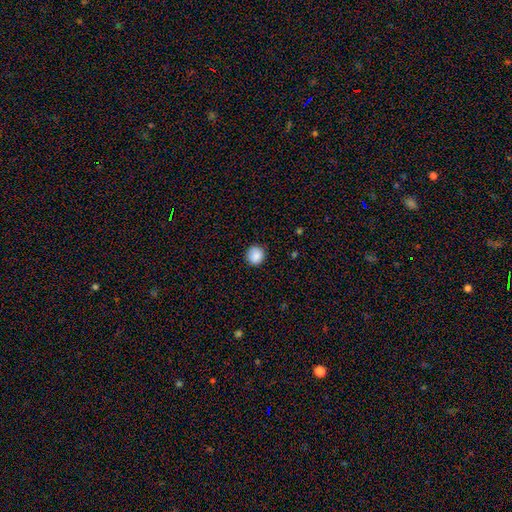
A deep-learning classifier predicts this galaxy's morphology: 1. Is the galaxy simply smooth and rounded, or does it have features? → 88% smooth, 8% star or artifact, 3% featured or disk.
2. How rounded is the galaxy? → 90% round, 9% in between, 1% cigar-shaped.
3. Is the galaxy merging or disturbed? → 89% none, 8% minor disturbance, 2% major disturbance, 1% merger.